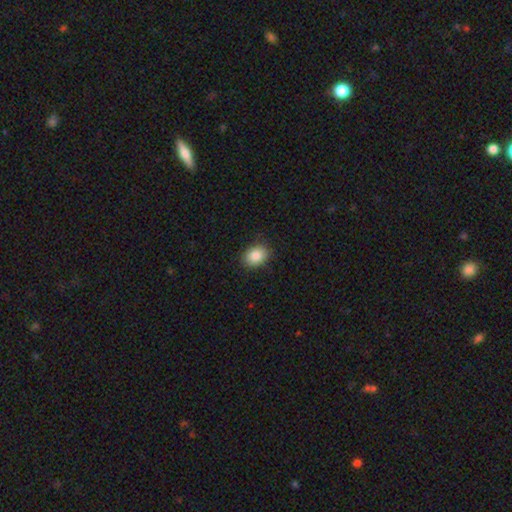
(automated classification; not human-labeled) Smooth or featured? smooth (87%)
How rounded? in between (69%)
Merging? none (87%)